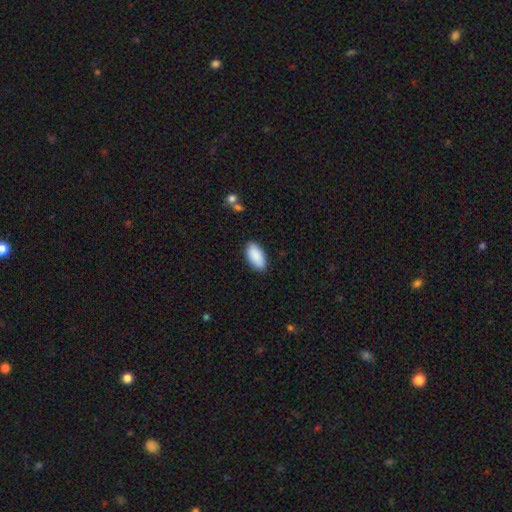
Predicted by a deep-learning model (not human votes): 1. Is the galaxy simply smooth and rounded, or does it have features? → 90% smooth, 6% star or artifact, 4% featured or disk.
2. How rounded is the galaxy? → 94% in between, 4% cigar-shaped, 2% round.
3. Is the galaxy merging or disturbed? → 87% none, 9% minor disturbance, 2% major disturbance, 1% merger.